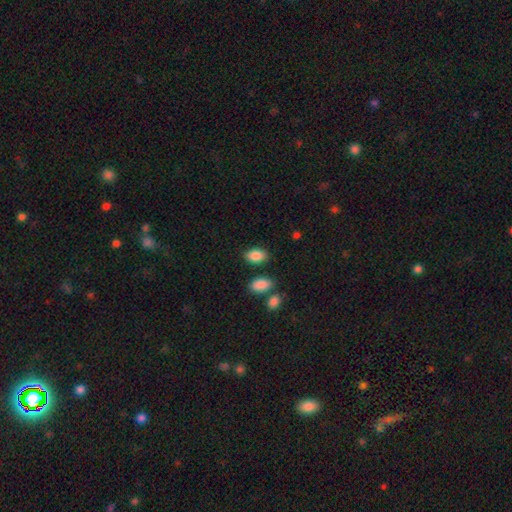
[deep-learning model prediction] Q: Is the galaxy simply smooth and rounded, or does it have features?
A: smooth — 88%.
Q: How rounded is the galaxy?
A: in between — 90%.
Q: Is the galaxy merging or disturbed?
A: none — 81%.